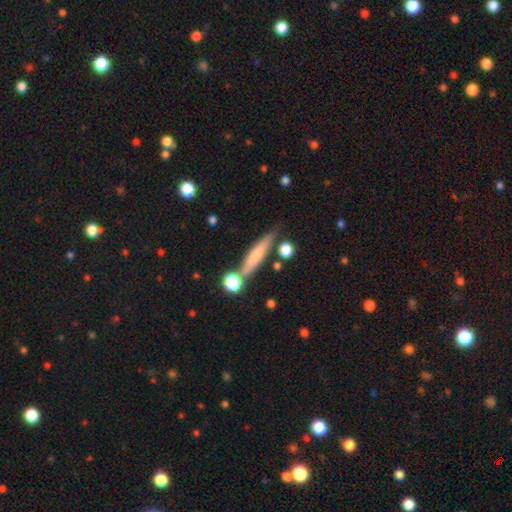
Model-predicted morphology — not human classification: Smooth or featured? Predicted: smooth (p=0.56). How rounded? Predicted: cigar-shaped (p=0.84). Merging? Predicted: none (p=0.72).